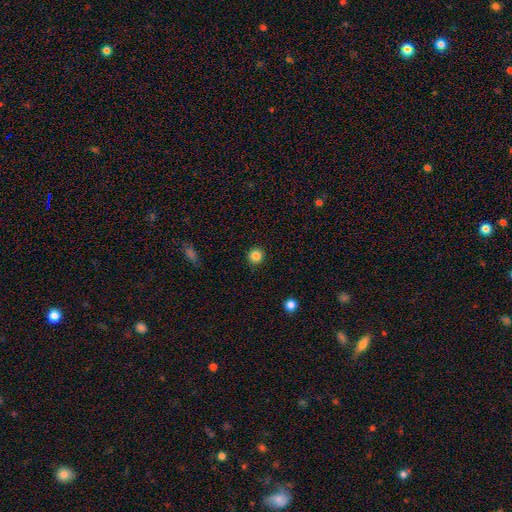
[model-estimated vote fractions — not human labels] Smooth or featured? Predicted: smooth (p=0.85). How rounded? Predicted: round (p=0.95). Merging? Predicted: none (p=0.92).